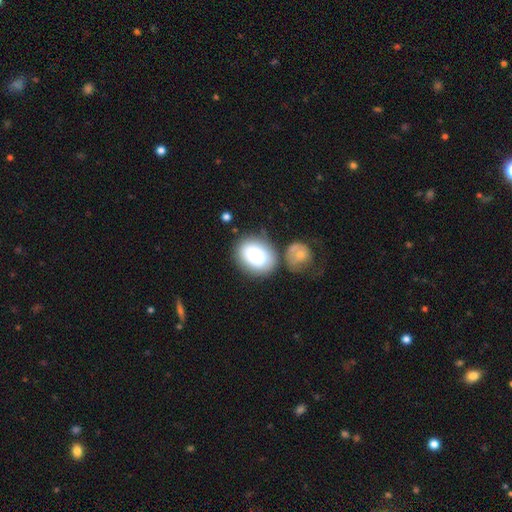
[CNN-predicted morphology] Overall: smooth (79%). How rounded: in between (68%; round 31%). Merging: none (52%; merger 23%).